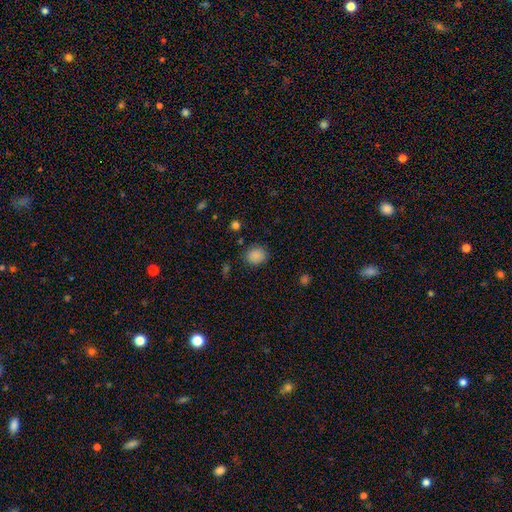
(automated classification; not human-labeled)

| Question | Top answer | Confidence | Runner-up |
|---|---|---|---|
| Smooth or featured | smooth | 86% | star or artifact (11%) |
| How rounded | round | 67% | in between (32%) |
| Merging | none | 83% | minor disturbance (12%) |